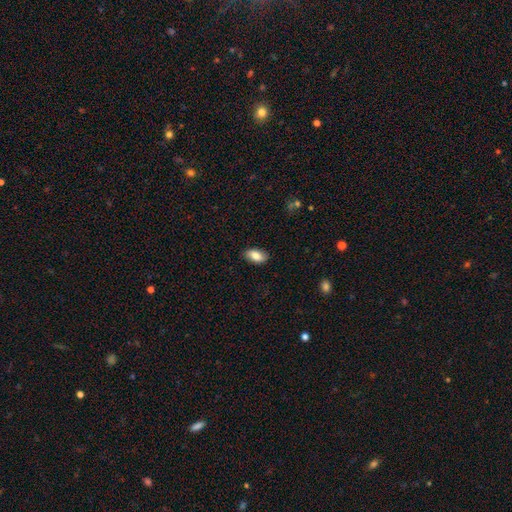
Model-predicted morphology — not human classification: type=smooth (81%); roundness=in between (93%); merging=none (85%).